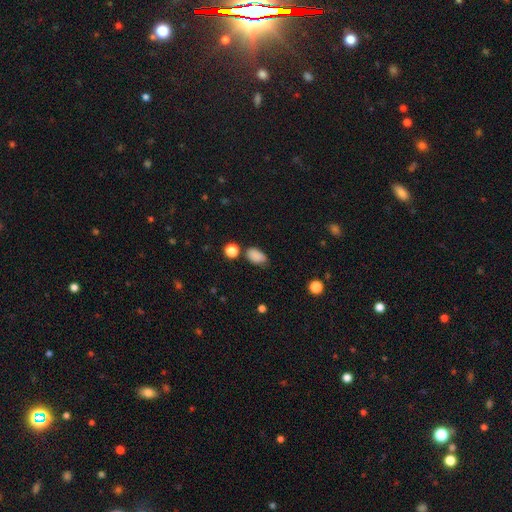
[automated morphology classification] The model was most divided on "merging": none: 63%, minor disturbance: 26%, major disturbance: 6%, merger: 5%. More confident: how rounded — in between (88%); smooth or featured — smooth (85%).